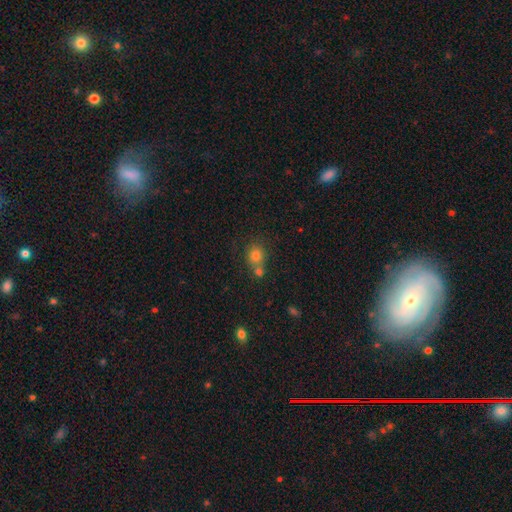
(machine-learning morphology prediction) type=smooth (78%); roundness=round (75%); merging=none (49%).